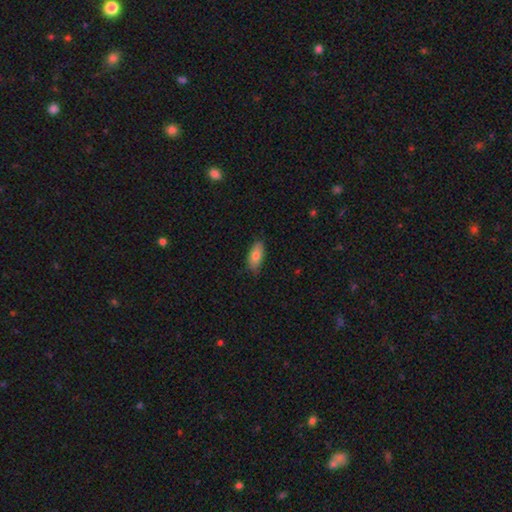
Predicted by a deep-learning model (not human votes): Smooth or featured? smooth (78%)
How rounded? in between (86%)
Merging? none (77%)